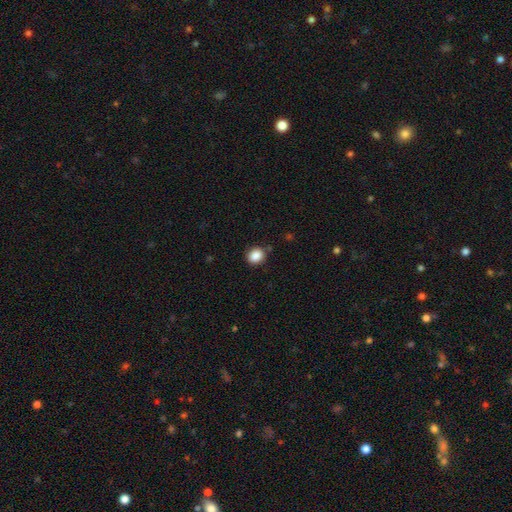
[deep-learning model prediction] A smooth galaxy with no disk features (88%) that is round (63%). Merging: none (85%).